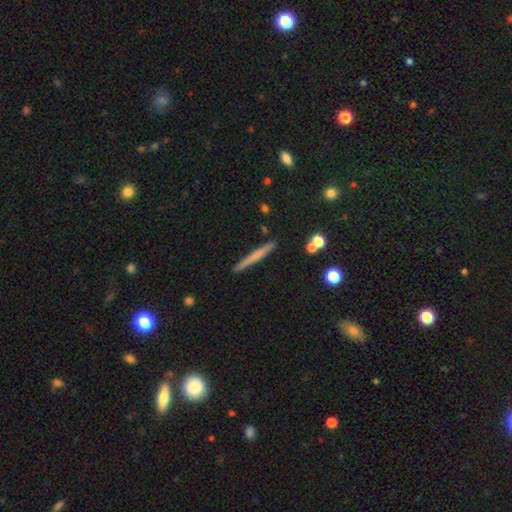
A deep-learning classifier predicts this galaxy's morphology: A smooth galaxy with no disk features (52%) that is cigar-shaped (95%).

Vote fractions:
- Smooth or featured? smooth: 52% / featured or disk: 41% / star or artifact: 7%
- How rounded? cigar-shaped: 95% / in between: 3% / round: 2%
- Merging? none: 90% / minor disturbance: 7% / merger: 2% / major disturbance: 2%